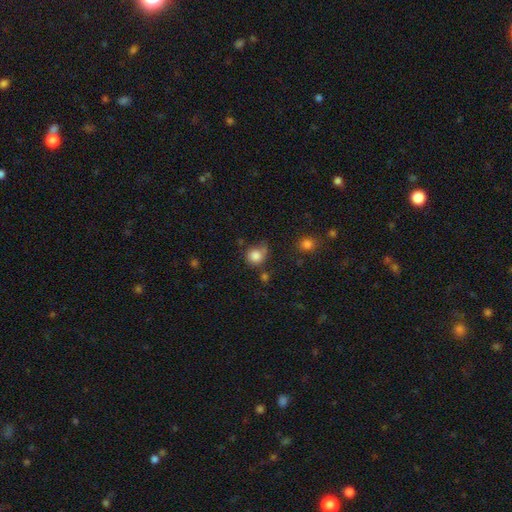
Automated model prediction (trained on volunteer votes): smooth_or_featured: smooth (p=0.84) [alt: star or artifact p=0.10]
how_rounded: round (p=0.85) [alt: in between p=0.14]
merging: none (p=0.58) [alt: minor disturbance p=0.25]